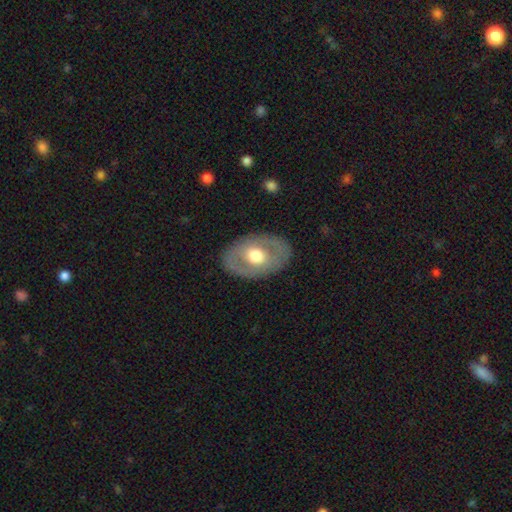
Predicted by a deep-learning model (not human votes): Overall: featured or disk (51%; smooth 44%). Edge-on disk: no (90%). Merging: none (84%).